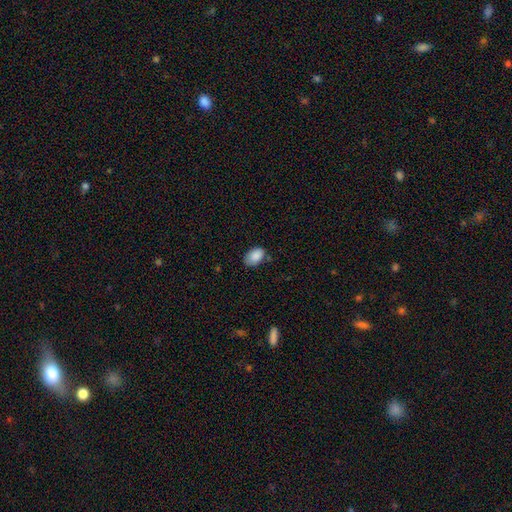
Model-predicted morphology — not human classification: type=smooth (88%); roundness=in between (89%); merging=none (70%).